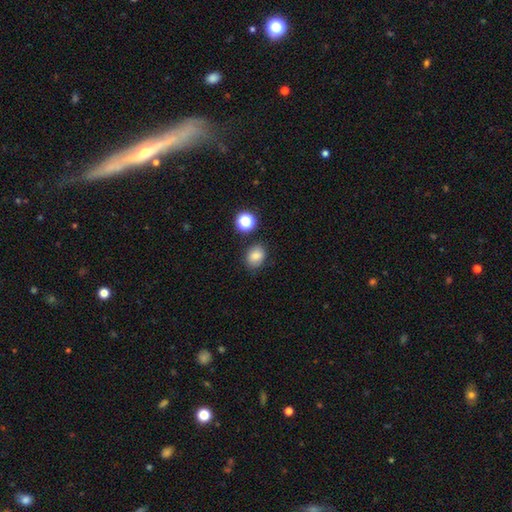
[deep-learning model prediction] This appears to be a smooth galaxy with no disk features (80%) that is in between round and cigar-shaped (53%). Merging: none (81%).